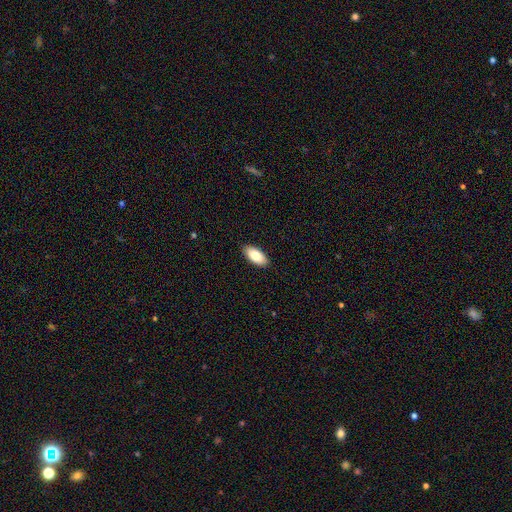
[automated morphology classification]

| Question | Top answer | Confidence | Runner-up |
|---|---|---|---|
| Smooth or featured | smooth | 81% | featured or disk (12%) |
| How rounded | in between | 93% | cigar-shaped (5%) |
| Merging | none | 90% | minor disturbance (8%) |